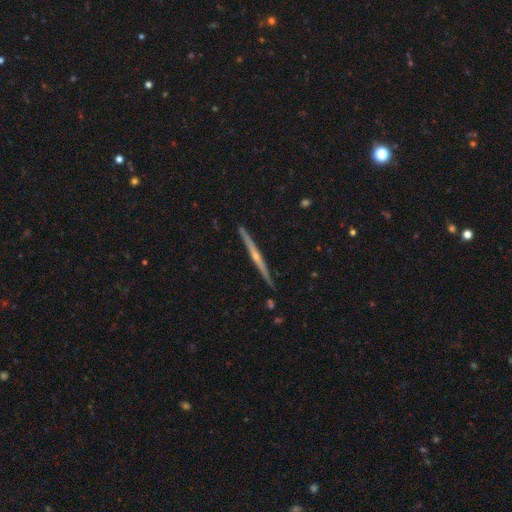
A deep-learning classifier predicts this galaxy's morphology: Smooth or featured? Predicted: featured or disk (p=0.81). Edge-on disk? Predicted: yes (p=0.98). Edge-on bulge? Predicted: rounded (p=0.76). Merging? Predicted: none (p=0.91).